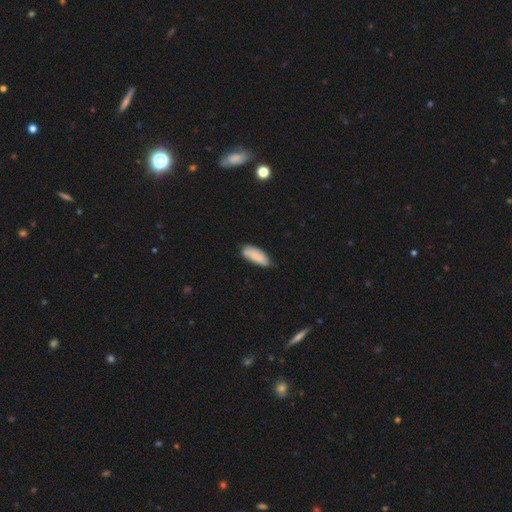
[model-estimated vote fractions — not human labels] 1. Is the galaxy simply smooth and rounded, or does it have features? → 85% smooth, 9% featured or disk, 6% star or artifact.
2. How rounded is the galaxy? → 72% in between, 27% cigar-shaped, 2% round.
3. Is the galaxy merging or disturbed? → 63% none, 31% minor disturbance, 4% major disturbance, 2% merger.